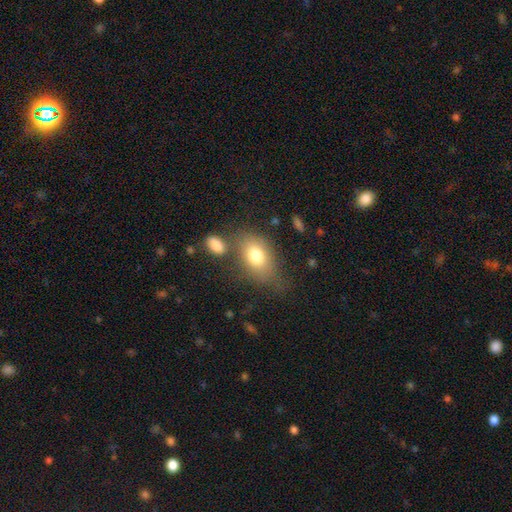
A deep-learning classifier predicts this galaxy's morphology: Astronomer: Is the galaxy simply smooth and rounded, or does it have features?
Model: smooth — 78%.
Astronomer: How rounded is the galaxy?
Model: in between — 83%.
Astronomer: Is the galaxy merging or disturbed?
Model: none — 54%.